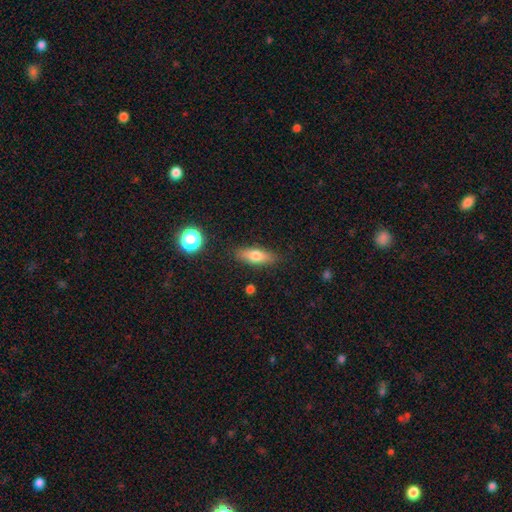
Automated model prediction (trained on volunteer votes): smooth 71%, featured or disk 21%, star or artifact 8%. Down the decision tree: how rounded — in between (60%); merging — none (85%).